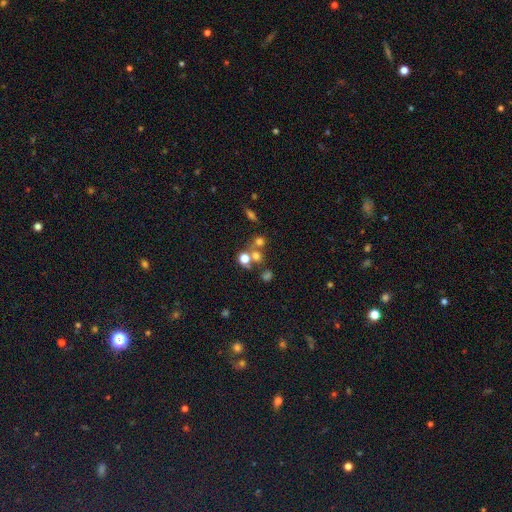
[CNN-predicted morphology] The model was most divided on "merging": none: 46%, merger: 40%, minor disturbance: 8%, major disturbance: 6%. More confident: how rounded — round (79%); smooth or featured — smooth (63%).